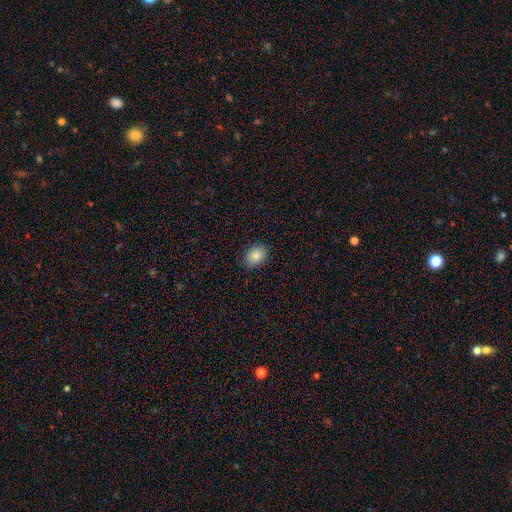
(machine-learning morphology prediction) Smooth or featured?
  - smooth: 87% *
  - star or artifact: 8%
  - featured or disk: 4%
How rounded?
  - in between: 65% *
  - round: 34%
  - cigar-shaped: 1%
Merging?
  - none: 89% *
  - minor disturbance: 8%
  - major disturbance: 2%
  - merger: 1%